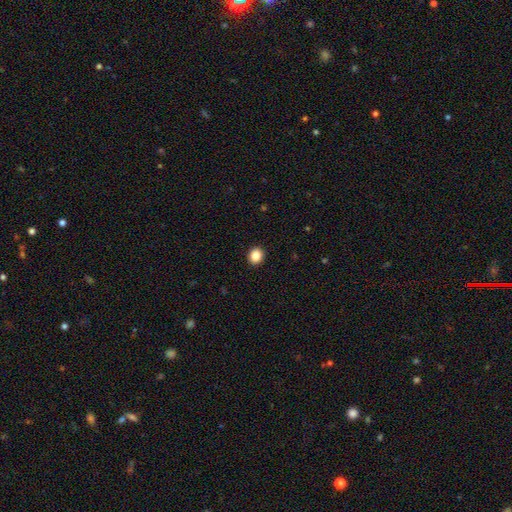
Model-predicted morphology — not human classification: smooth-or-featured: smooth: 87% | star or artifact: 10% | featured or disk: 4%
  how-rounded: round: 75% | in between: 24% | cigar-shaped: 1%
  merging: none: 92% | minor disturbance: 5% | major disturbance: 2% | merger: 1%